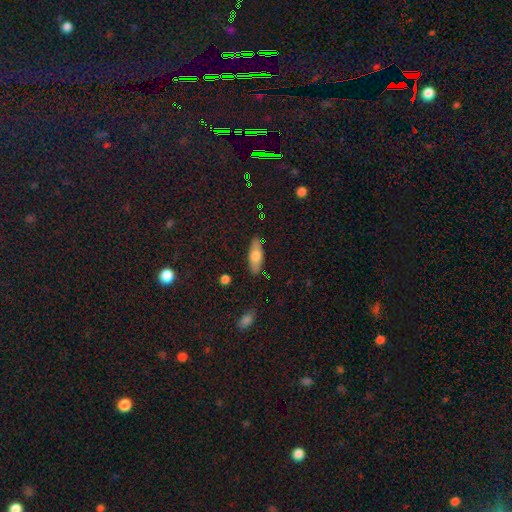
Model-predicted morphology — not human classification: The model was most divided on "how rounded": in between: 60%, cigar-shaped: 37%, round: 3%. More confident: merging — none (88%); smooth or featured — smooth (67%).